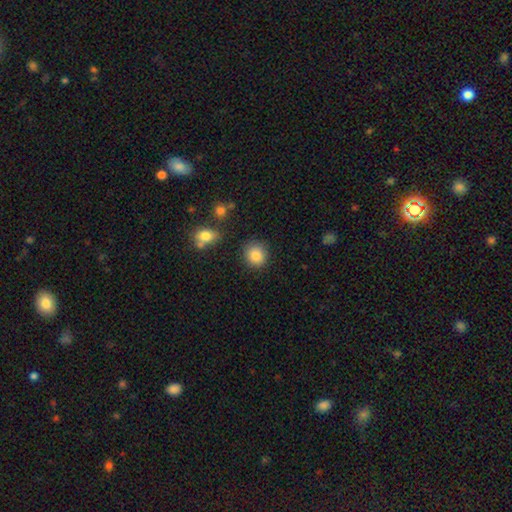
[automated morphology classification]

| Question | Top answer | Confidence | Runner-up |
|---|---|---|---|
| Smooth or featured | smooth | 85% | star or artifact (9%) |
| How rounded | round | 86% | in between (13%) |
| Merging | none | 86% | minor disturbance (9%) |